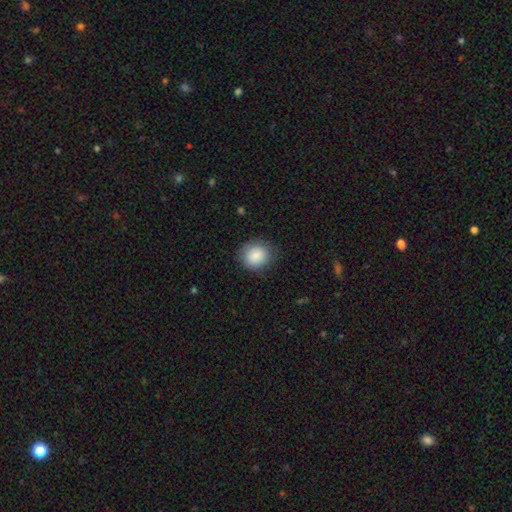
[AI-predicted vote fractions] Morphology: type=smooth (86%); roundness=round (81%); merging=none (83%).